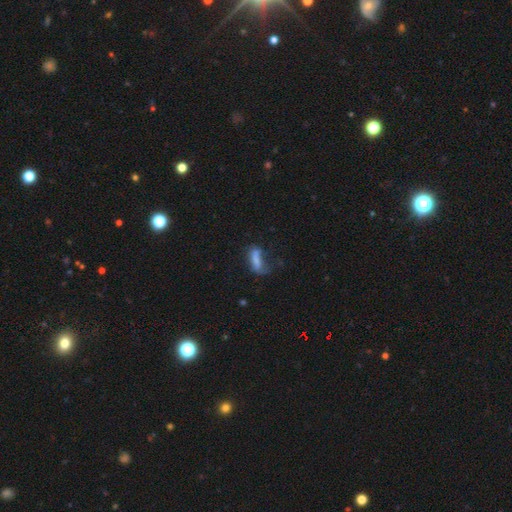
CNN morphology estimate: Smooth or featured: smooth — 54% (featured or disk — 29%)
How rounded: in between — 51% (cigar-shaped — 44%)
Merging: none — 35% (major disturbance — 32%)